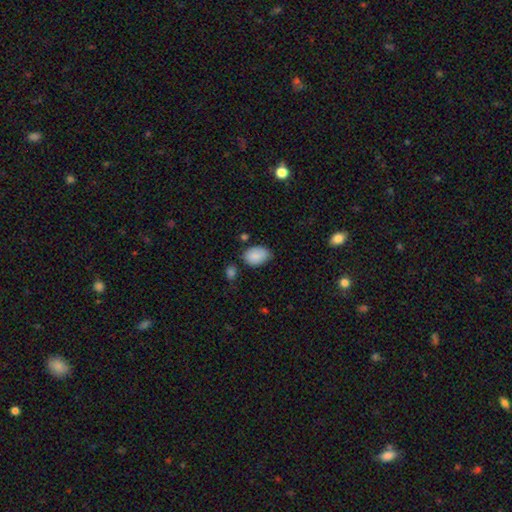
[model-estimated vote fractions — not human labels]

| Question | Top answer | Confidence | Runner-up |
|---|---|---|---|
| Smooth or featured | smooth | 87% | star or artifact (7%) |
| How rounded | in between | 84% | round (15%) |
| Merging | none | 69% | minor disturbance (22%) |